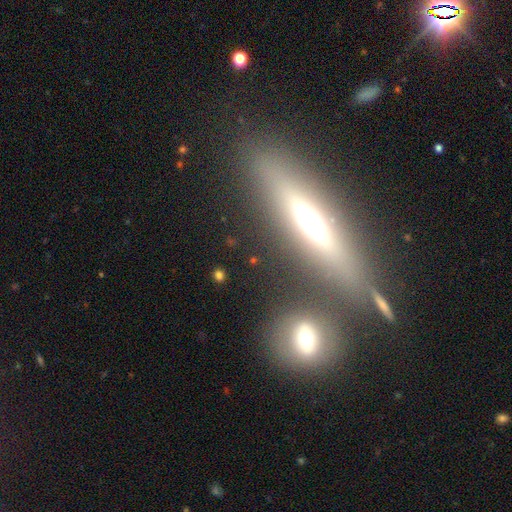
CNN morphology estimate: The model was most divided on "smooth or featured": featured or disk: 58%, smooth: 30%, star or artifact: 12%. More confident: edge-on disk — yes (82%); merging — none (74%).